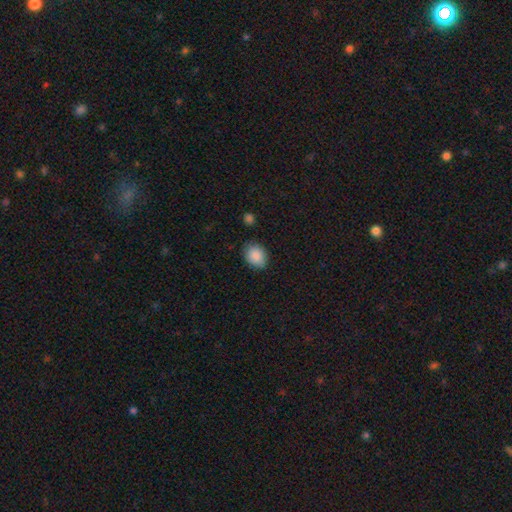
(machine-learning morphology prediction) type=smooth (89%); roundness=in between (65%); merging=none (81%).